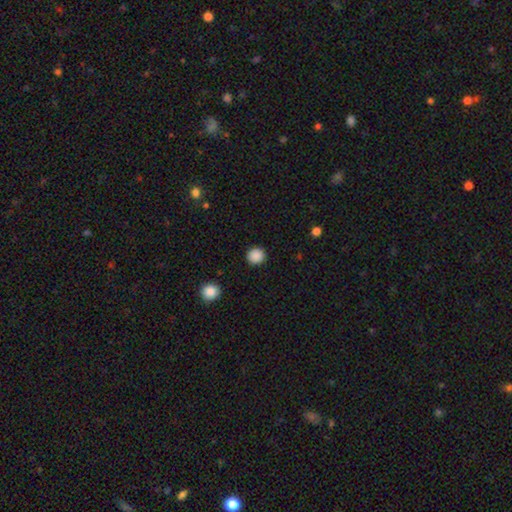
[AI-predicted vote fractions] smooth 88%, star or artifact 9%, featured or disk 2%. Down the decision tree: how rounded — round (91%); merging — none (92%).